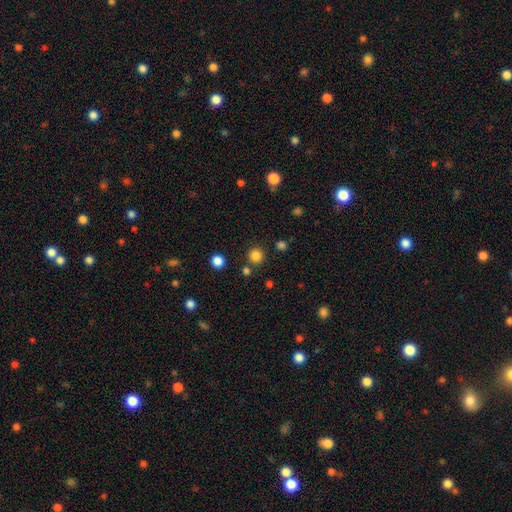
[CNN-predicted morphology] smooth_or_featured: smooth (p=0.82) [alt: star or artifact p=0.14]
how_rounded: round (p=0.94) [alt: in between p=0.05]
merging: none (p=0.85) [alt: minor disturbance p=0.06]